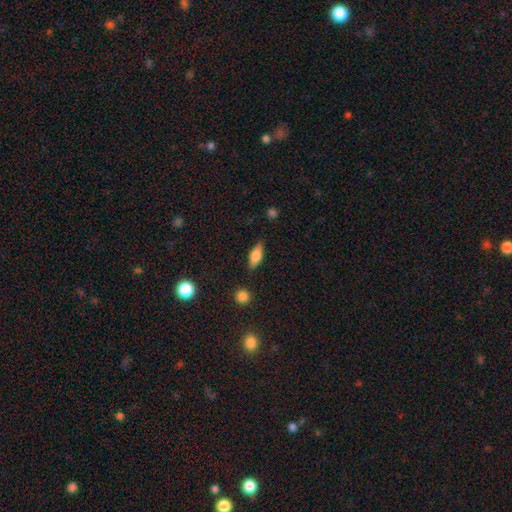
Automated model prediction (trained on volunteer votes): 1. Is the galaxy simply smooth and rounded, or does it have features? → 69% smooth, 24% featured or disk, 8% star or artifact.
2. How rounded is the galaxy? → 70% in between, 26% cigar-shaped, 4% round.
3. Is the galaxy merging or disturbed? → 83% none, 12% minor disturbance, 3% major disturbance, 2% merger.